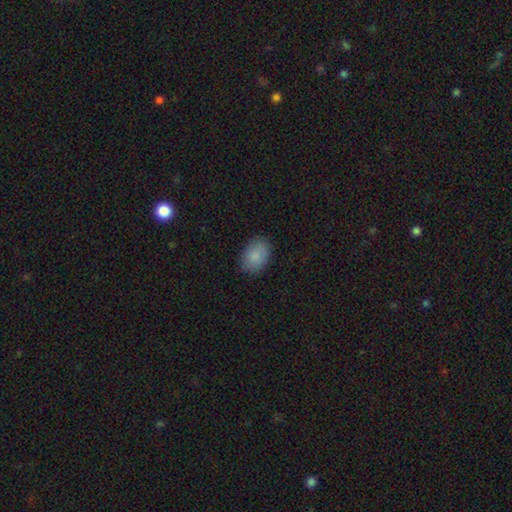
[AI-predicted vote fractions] smooth-or-featured: smooth: 88% | star or artifact: 7% | featured or disk: 6%
  how-rounded: in between: 84% | round: 15% | cigar-shaped: 1%
  merging: none: 85% | minor disturbance: 11% | major disturbance: 3% | merger: 1%